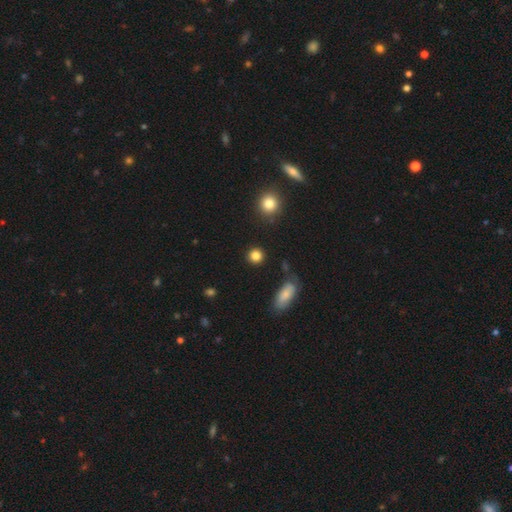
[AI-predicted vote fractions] Smooth or featured? Predicted: smooth (p=0.85). How rounded? Predicted: round (p=0.91). Merging? Predicted: none (p=0.88).